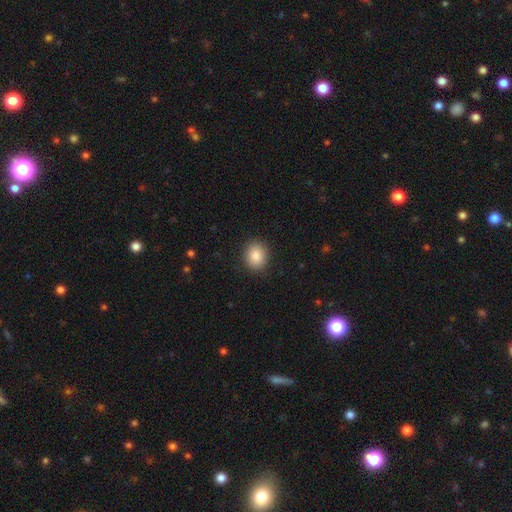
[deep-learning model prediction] This appears to be a smooth galaxy with no disk features (86%) that is round (66%). Merging: none (89%).